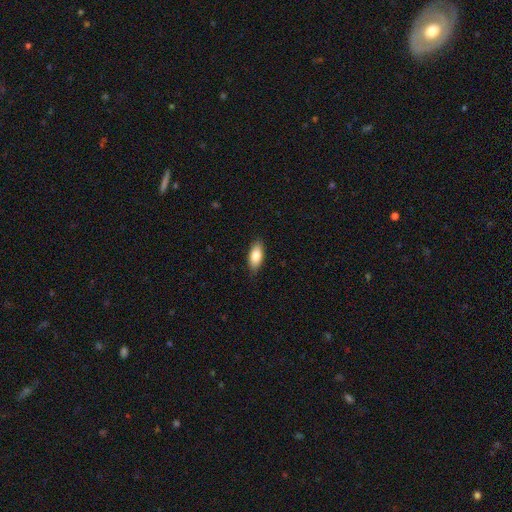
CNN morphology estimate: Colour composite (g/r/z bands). It shows a smooth galaxy with no disk features (82%) that is in between round and cigar-shaped (85%). Merging: none (86%).